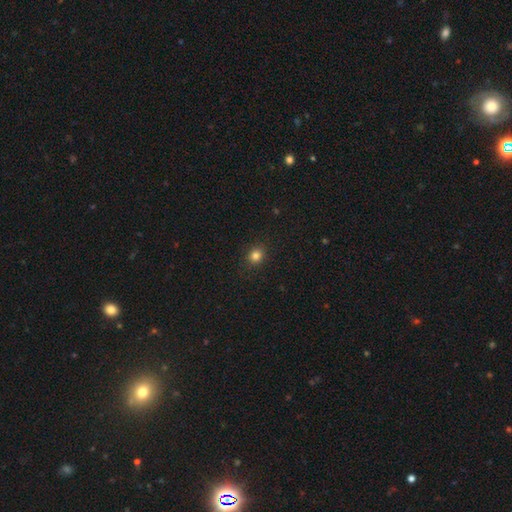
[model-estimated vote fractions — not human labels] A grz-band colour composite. It shows a smooth galaxy with no disk features (82%) that is round (75%). Merging: none (88%).